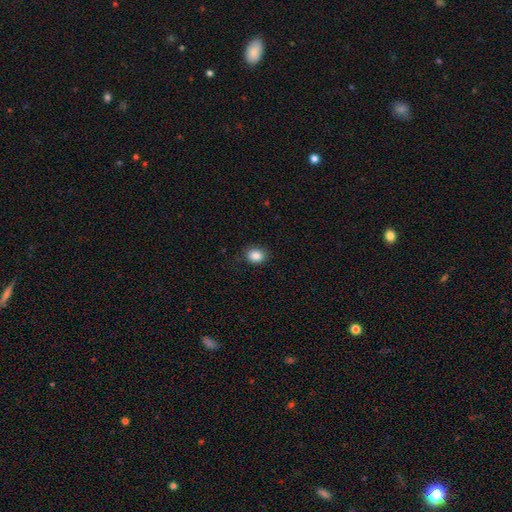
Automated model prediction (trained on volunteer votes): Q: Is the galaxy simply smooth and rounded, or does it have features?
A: smooth — 87%.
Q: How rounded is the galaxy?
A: in between — 50%.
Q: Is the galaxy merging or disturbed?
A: none — 87%.